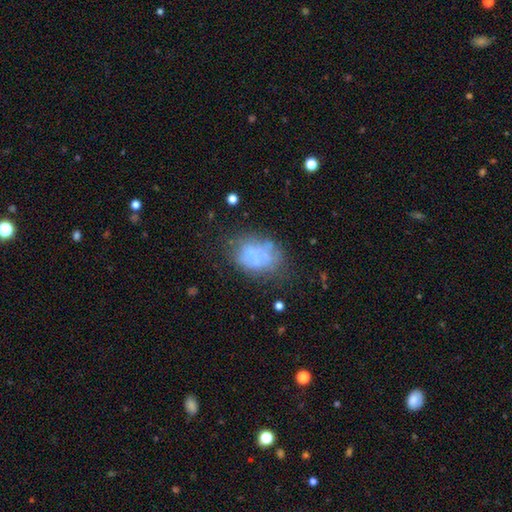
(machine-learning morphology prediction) smooth 43% (tied), featured or disk 43% (tied), star or artifact 14%. Down the decision tree: merging — none (42%).